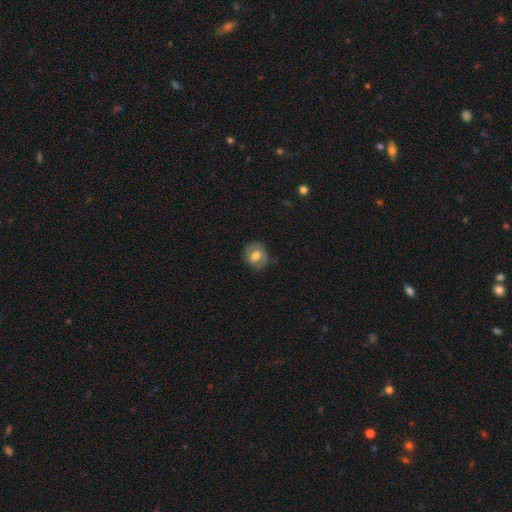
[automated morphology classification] smooth_or_featured: smooth (p=0.57) [alt: featured or disk p=0.35]
how_rounded: round (p=0.73) [alt: in between p=0.26]
merging: none (p=0.77) [alt: minor disturbance p=0.17]